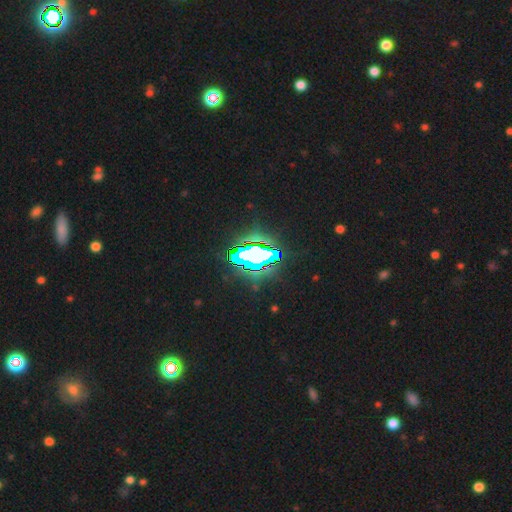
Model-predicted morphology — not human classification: Smooth or featured? star or artifact (71%)